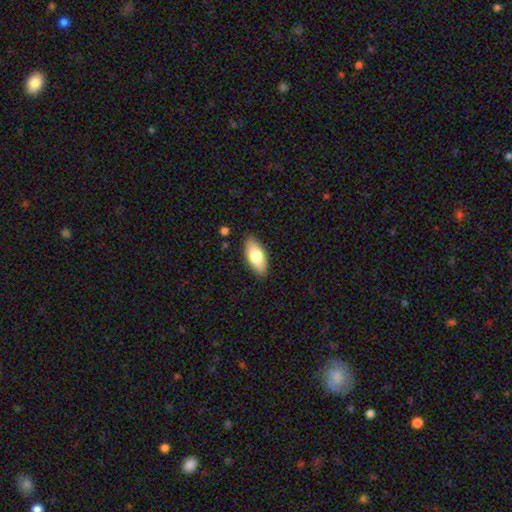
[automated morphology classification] type=smooth (74%); roundness=in between (87%); merging=none (87%).